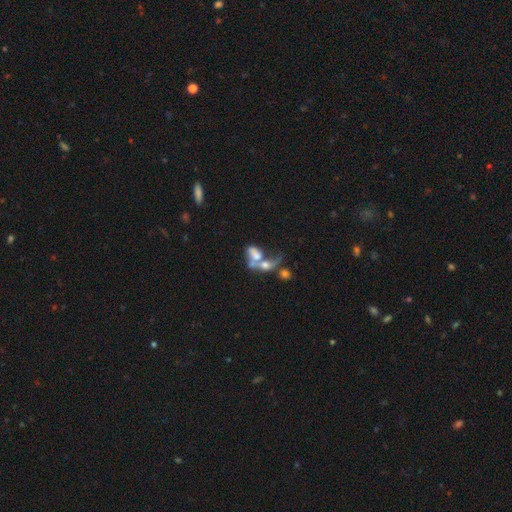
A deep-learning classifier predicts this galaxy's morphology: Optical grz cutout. It shows a smooth galaxy with no disk features (45%). Merging: merger (66%).